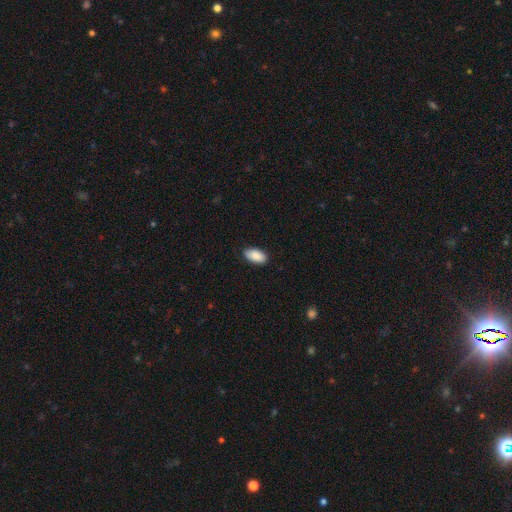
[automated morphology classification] Smooth or featured? Predicted: smooth (p=0.88). How rounded? Predicted: in between (p=0.94). Merging? Predicted: none (p=0.85).